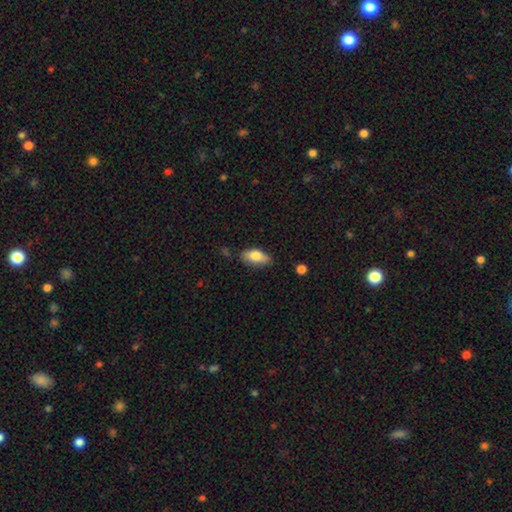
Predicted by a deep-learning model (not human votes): The model was most divided on "merging": none: 73%, minor disturbance: 20%, major disturbance: 4%, merger: 3%. More confident: how rounded — in between (87%); smooth or featured — smooth (77%).